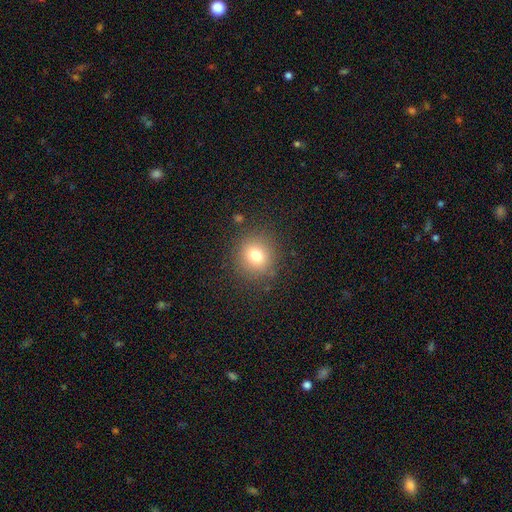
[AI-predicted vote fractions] This is likely a smooth galaxy (76%). How rounded: clearly round (87%). Merging: clearly none (86%).